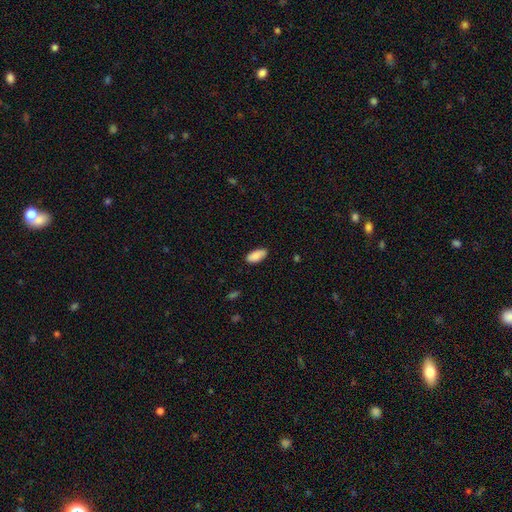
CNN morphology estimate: This is clearly a smooth galaxy (88%). How rounded: clearly in between (91%). Merging: clearly none (83%).